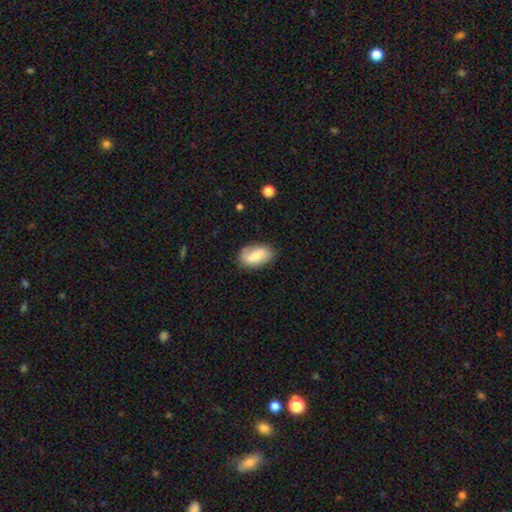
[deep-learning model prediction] Smooth or featured? smooth (68%)
How rounded? in between (92%)
Merging? none (76%)